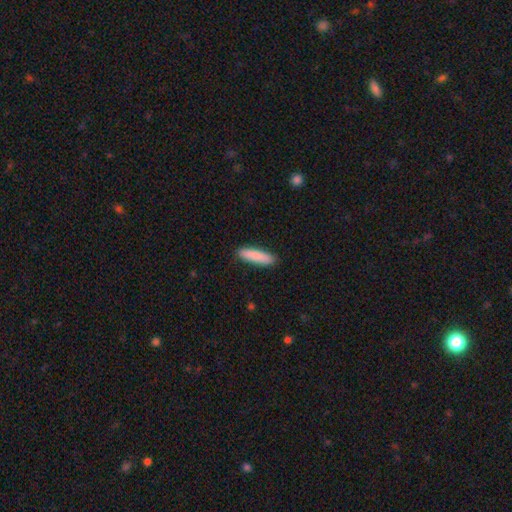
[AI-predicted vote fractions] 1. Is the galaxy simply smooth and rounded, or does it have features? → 87% smooth, 8% featured or disk, 5% star or artifact.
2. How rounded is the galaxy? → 76% cigar-shaped, 22% in between, 1% round.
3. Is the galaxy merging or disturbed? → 90% none, 8% minor disturbance, 2% major disturbance, 1% merger.